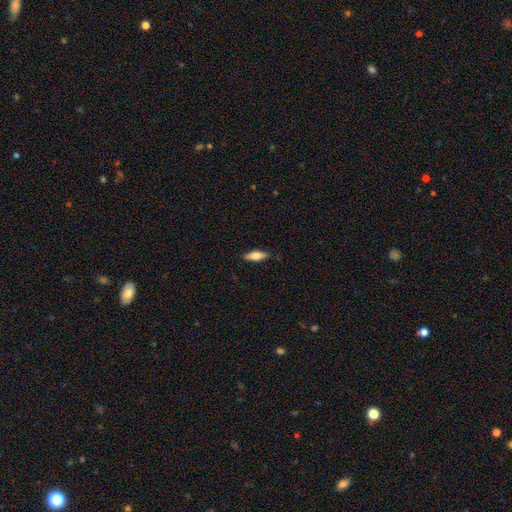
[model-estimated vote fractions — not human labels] A smooth galaxy with no disk features (68%) that is in between round and cigar-shaped (58%). Merging: none (86%).